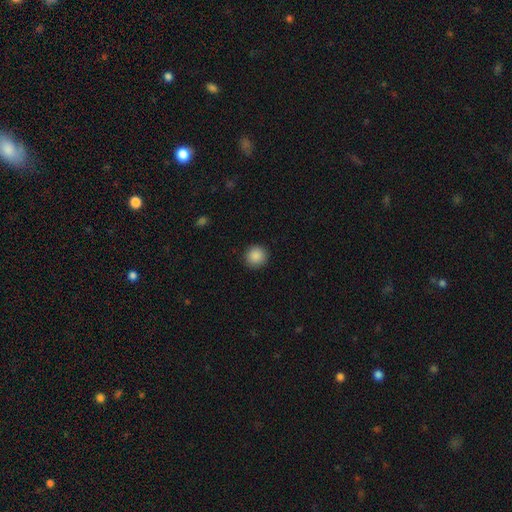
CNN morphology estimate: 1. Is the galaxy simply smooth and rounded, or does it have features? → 88% smooth, 9% star or artifact, 3% featured or disk.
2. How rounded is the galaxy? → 93% round, 6% in between, 1% cigar-shaped.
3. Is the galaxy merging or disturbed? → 92% none, 6% minor disturbance, 2% major disturbance, 1% merger.